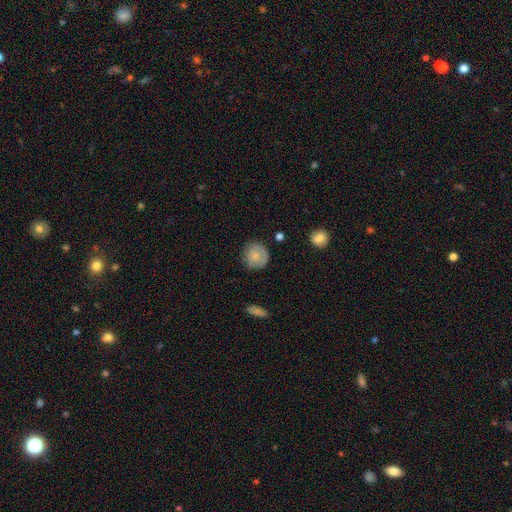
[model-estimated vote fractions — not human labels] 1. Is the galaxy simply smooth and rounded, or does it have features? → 70% smooth, 23% featured or disk, 7% star or artifact.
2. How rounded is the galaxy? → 88% round, 11% in between, 1% cigar-shaped.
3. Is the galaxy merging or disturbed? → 76% none, 18% minor disturbance, 5% major disturbance, 2% merger.